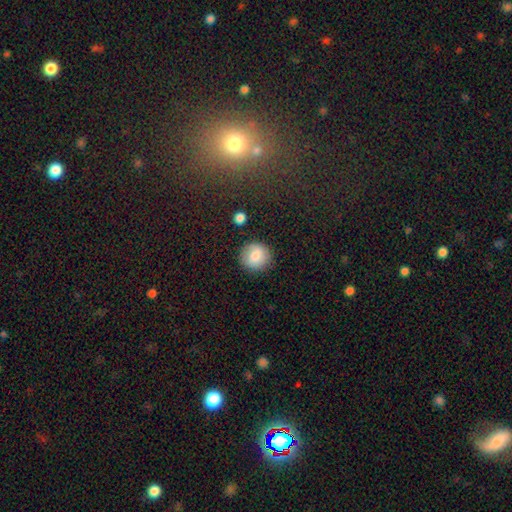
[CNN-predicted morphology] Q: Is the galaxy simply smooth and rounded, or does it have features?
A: smooth — 81%.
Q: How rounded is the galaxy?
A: round — 91%.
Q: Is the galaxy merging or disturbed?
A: none — 87%.